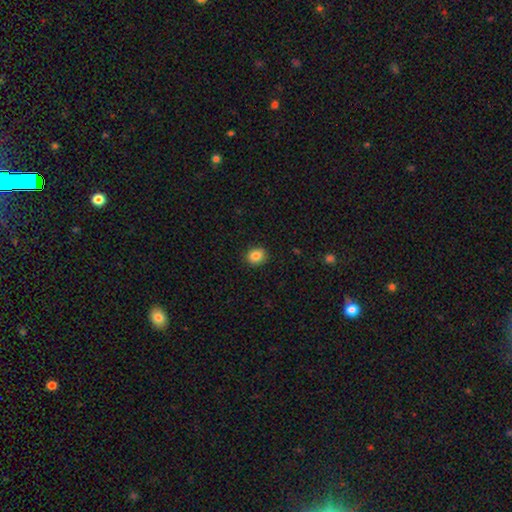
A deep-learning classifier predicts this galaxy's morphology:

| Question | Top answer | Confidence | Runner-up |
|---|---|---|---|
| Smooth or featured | smooth | 85% | star or artifact (10%) |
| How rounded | round | 74% | in between (25%) |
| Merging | none | 89% | minor disturbance (8%) |